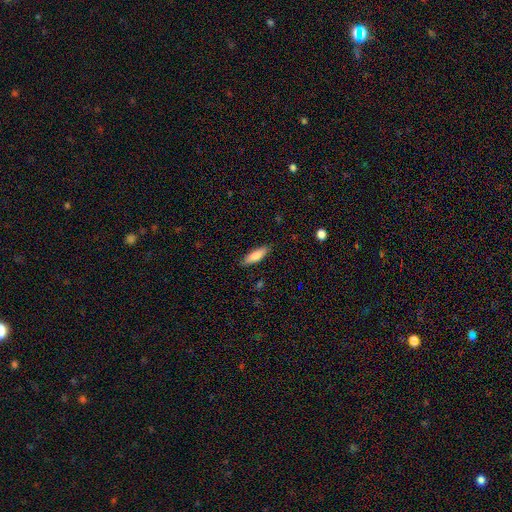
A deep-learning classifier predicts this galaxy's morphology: Smooth or featured?
  - smooth: 82% *
  - featured or disk: 12%
  - star or artifact: 6%
How rounded?
  - cigar-shaped: 51% *
  - in between: 47%
  - round: 2%
Merging?
  - none: 85% *
  - minor disturbance: 11%
  - major disturbance: 2%
  - merger: 1%